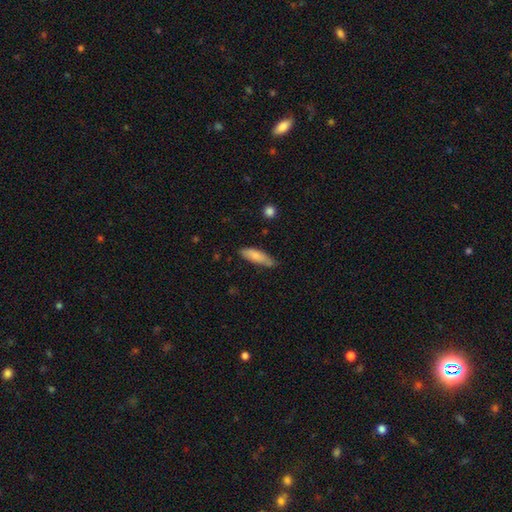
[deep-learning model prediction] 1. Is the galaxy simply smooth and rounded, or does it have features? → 81% smooth, 14% featured or disk, 6% star or artifact.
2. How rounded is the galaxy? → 50% in between, 48% cigar-shaped, 2% round.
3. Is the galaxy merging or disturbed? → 70% none, 24% minor disturbance, 4% major disturbance, 2% merger.